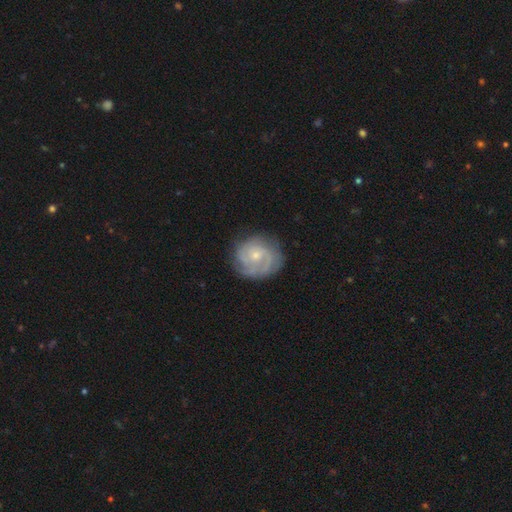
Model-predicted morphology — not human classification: featured or disk 79%, smooth 15%, star or artifact 5%. Down the decision tree: edge-on disk — no (98%); bar — no (70%); spiral arms — yes (95%); spiral arm count — 2 (38%); spiral winding — tight (59%); bulge size — small (64%); merging — none (76%).